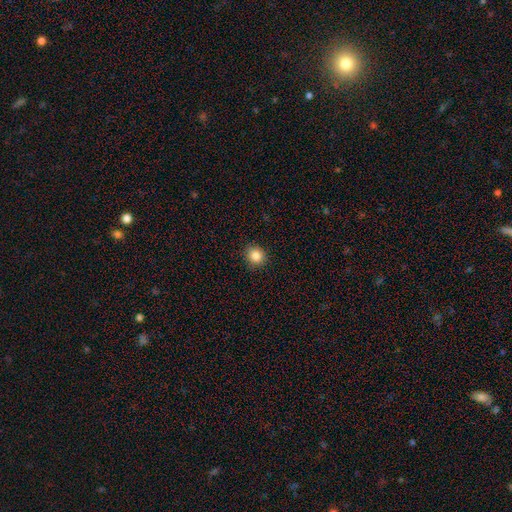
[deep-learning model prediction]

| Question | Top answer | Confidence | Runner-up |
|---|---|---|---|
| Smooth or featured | smooth | 86% | star or artifact (10%) |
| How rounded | round | 82% | in between (17%) |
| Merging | none | 90% | minor disturbance (7%) |